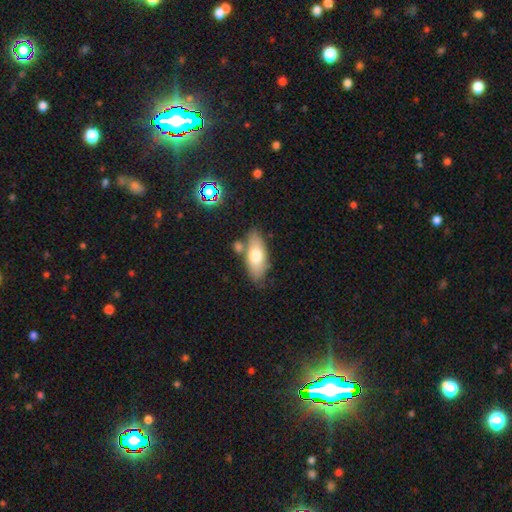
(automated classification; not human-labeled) Smooth or featured? smooth (69%)
How rounded? in between (80%)
Merging? none (68%)